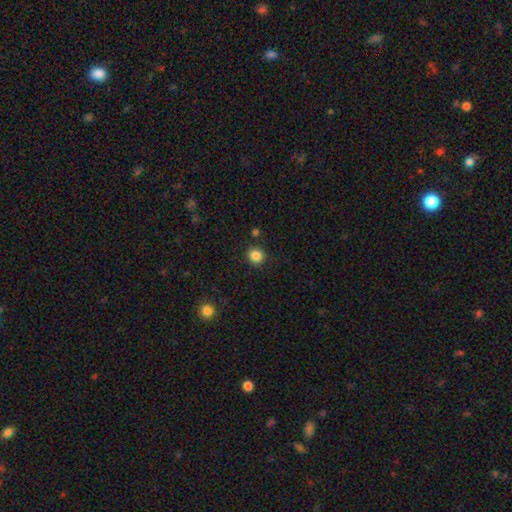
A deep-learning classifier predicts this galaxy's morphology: A smooth galaxy with no disk features (85%) that is round (88%).

Vote fractions:
- Smooth or featured? smooth: 85% / star or artifact: 11% / featured or disk: 4%
- How rounded? round: 88% / in between: 11% / cigar-shaped: 1%
- Merging? none: 89% / minor disturbance: 7% / merger: 2% / major disturbance: 2%